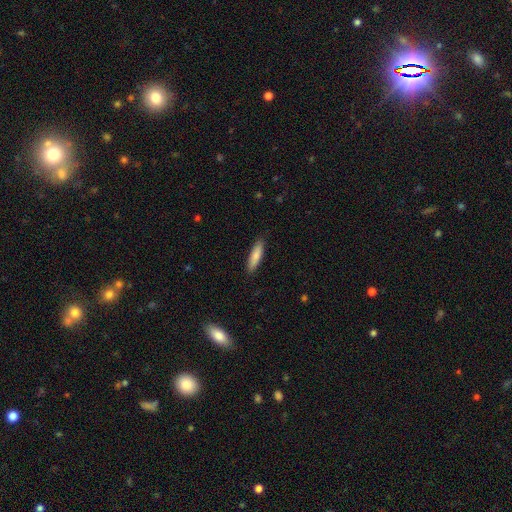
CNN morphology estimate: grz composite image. It shows a smooth galaxy with no disk features (81%) that is cigar-shaped (75%). Merging: none (89%).